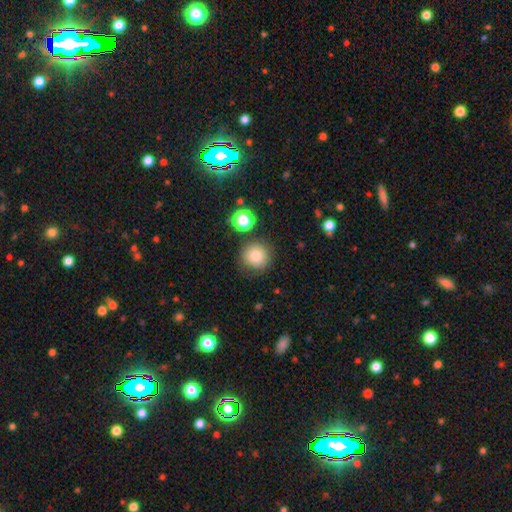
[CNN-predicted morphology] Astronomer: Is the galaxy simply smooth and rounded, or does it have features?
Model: smooth — 84%.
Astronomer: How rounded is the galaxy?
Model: round — 93%.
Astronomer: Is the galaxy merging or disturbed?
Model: none — 81%.